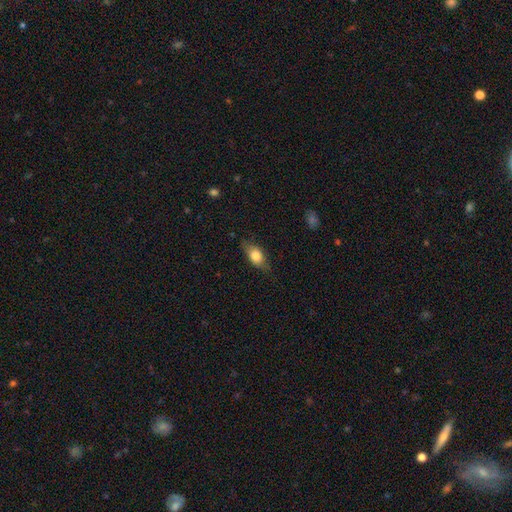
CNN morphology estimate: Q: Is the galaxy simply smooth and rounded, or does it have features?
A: smooth — 74%.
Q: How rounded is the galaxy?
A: in between — 81%.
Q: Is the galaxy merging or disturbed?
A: none — 75%.